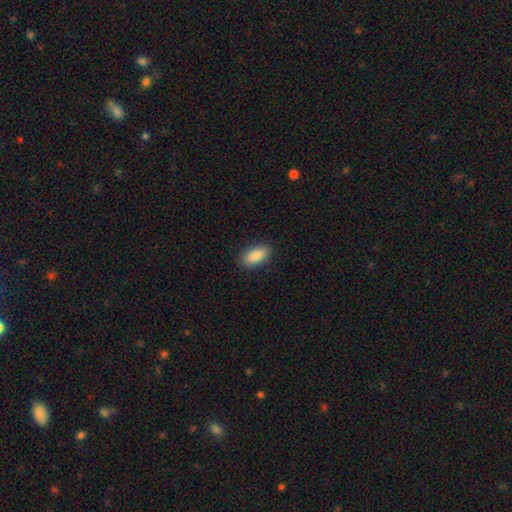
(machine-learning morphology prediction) The model was most divided on "merging": none: 88%, minor disturbance: 8%, major disturbance: 2%, merger: 1%. More confident: how rounded — in between (91%); smooth or featured — smooth (89%).